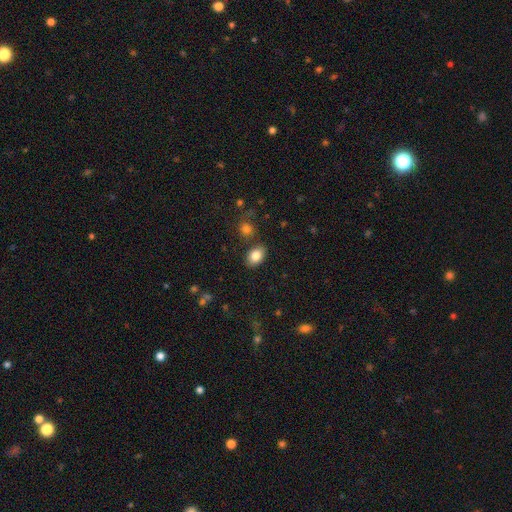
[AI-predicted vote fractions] Smooth or featured? smooth (83%)
How rounded? in between (79%)
Merging? none (80%)